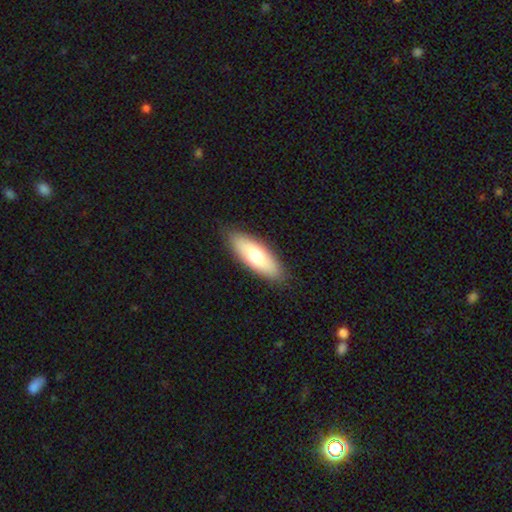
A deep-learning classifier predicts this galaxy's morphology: Q: Smooth or featured?
A: smooth (69%); runner-up: featured or disk (25%)
Q: How rounded?
A: in between (65%); runner-up: cigar-shaped (33%)
Q: Merging?
A: none (87%); runner-up: minor disturbance (10%)